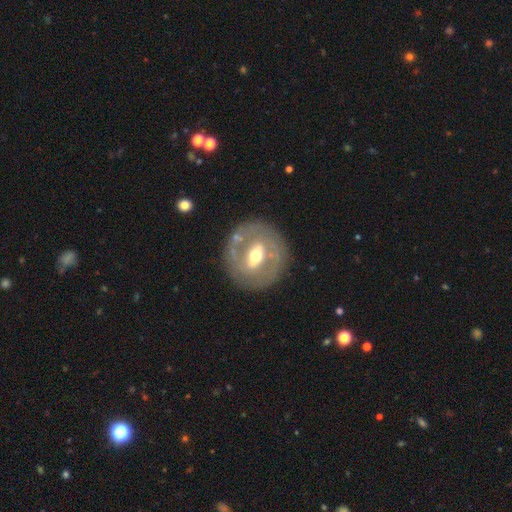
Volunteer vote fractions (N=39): smooth-or-featured: featured or disk: 72% | smooth: 21% | star or artifact: 8%
  disk-edge-on: no: 100% | yes: 0%
    bar: weak: 71% | strong: 25% | no: 4%
    has-spiral-arms: yes: 75% | no: 25%
      spiral-winding: medium: 43% | tight: 38% | loose: 19%
      spiral-arm-count: 2: 71% | can't tell: 19% | 1: 5% | more than 4: 5% | 3: 0% | 4: 0%
    bulge-size: moderate: 54% | small: 39% | large: 4% | none: 4% | dominant: 0%
  merging: none: 86% | minor disturbance: 11% | major disturbance: 3% | merger: 0%